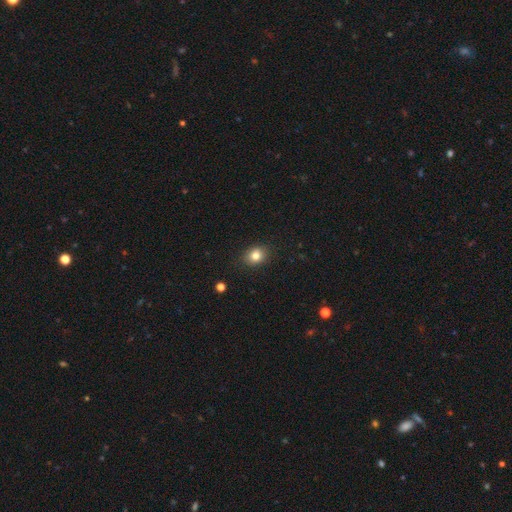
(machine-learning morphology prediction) The model was most divided on "how rounded": round: 53%, in between: 46%, cigar-shaped: 1%. More confident: merging — none (88%); smooth or featured — smooth (81%).